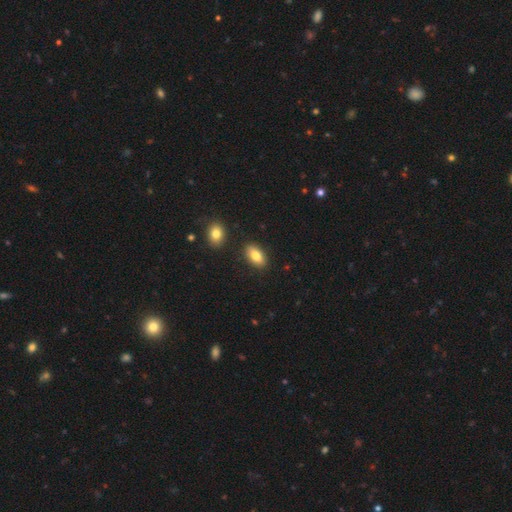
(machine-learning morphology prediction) type=smooth (83%); roundness=in between (92%); merging=none (87%).